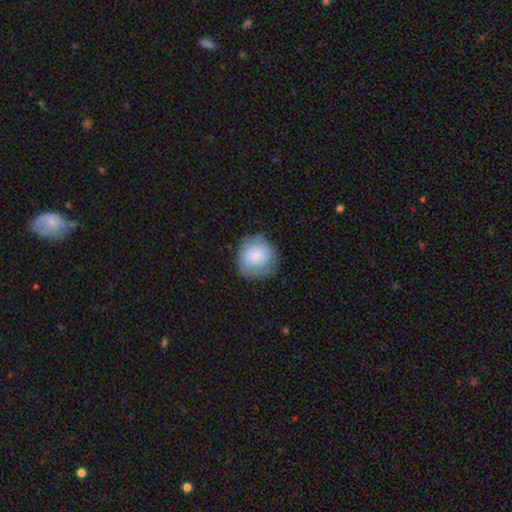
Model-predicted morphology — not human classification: Smooth or featured: smooth — 65% (featured or disk — 27%)
How rounded: round — 91% (in between — 8%)
Merging: none — 77% (minor disturbance — 16%)